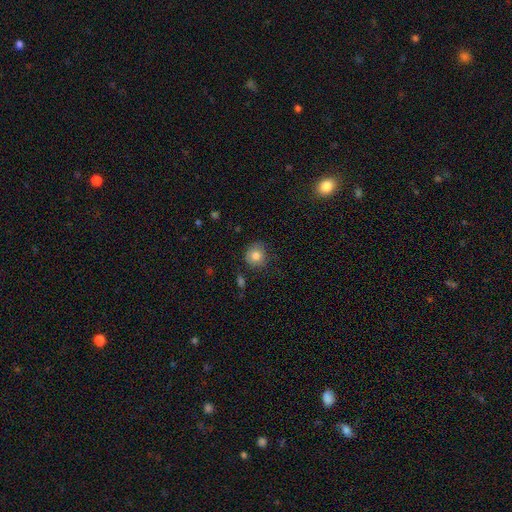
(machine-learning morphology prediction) Q: Smooth or featured?
A: smooth (80%); runner-up: featured or disk (10%)
Q: How rounded?
A: round (89%); runner-up: in between (10%)
Q: Merging?
A: none (81%); runner-up: minor disturbance (14%)